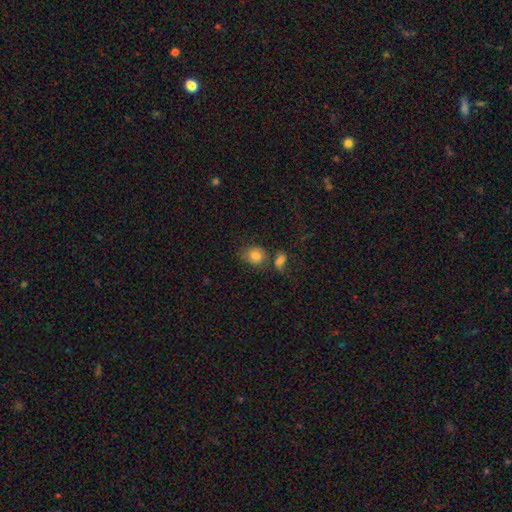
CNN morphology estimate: The model was most divided on "merging": none: 57%, merger: 22%, minor disturbance: 14%, major disturbance: 6%. More confident: smooth or featured — smooth (81%); how rounded — round (72%).